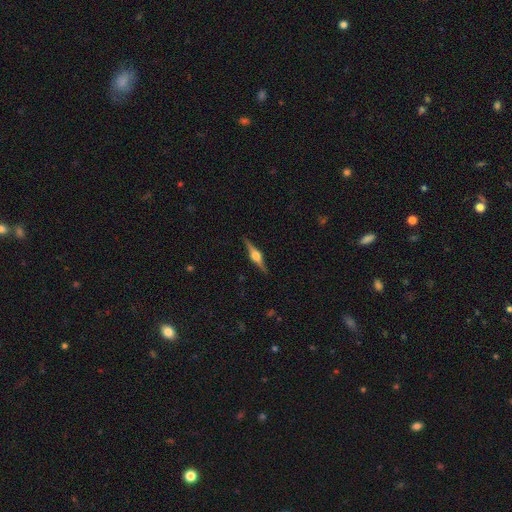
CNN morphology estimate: Smooth or featured? featured or disk (83%)
Edge-on disk? yes (98%)
Edge-on bulge? rounded (94%)
Merging? none (91%)